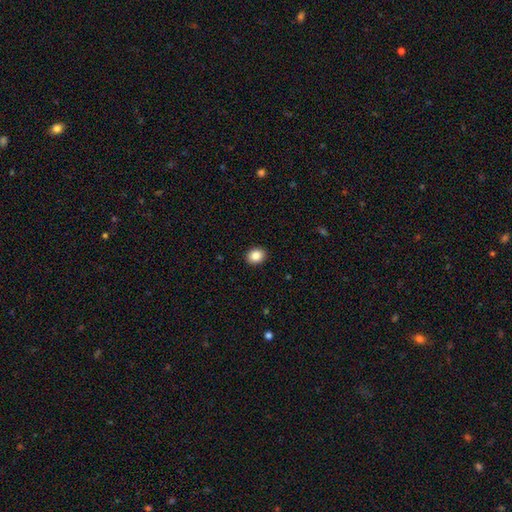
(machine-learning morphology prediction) Smooth or featured?
  - smooth: 87% *
  - star or artifact: 9%
  - featured or disk: 5%
How rounded?
  - in between: 50% *
  - round: 49%
  - cigar-shaped: 1%
Merging?
  - none: 92% *
  - minor disturbance: 6%
  - major disturbance: 2%
  - merger: 1%